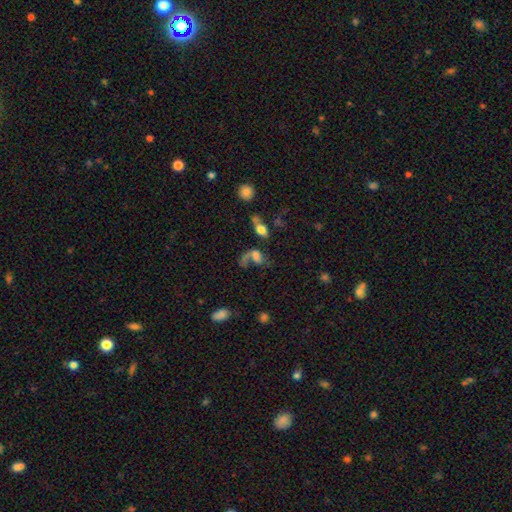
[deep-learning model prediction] Smooth or featured? smooth (45%)
Merging? major disturbance (37%)